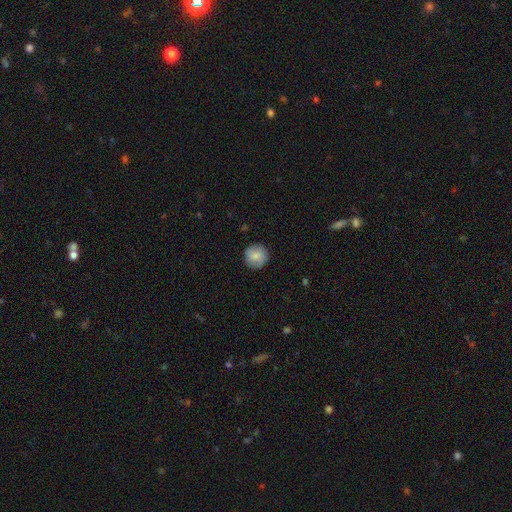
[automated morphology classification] Smooth or featured?
  - smooth: 82% *
  - featured or disk: 10%
  - star or artifact: 7%
How rounded?
  - round: 94% *
  - in between: 5%
  - cigar-shaped: 1%
Merging?
  - none: 87% *
  - minor disturbance: 10%
  - major disturbance: 2%
  - merger: 1%